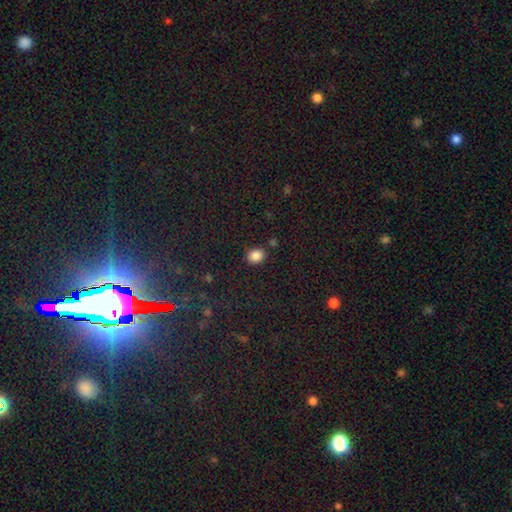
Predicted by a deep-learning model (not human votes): A smooth galaxy with no disk features (86%) that is in between round and cigar-shaped (50%).

Vote fractions:
- Smooth or featured? smooth: 86% / star or artifact: 10% / featured or disk: 4%
- How rounded? in between: 50% / round: 49% / cigar-shaped: 1%
- Merging? none: 83% / minor disturbance: 11% / merger: 3% / major disturbance: 3%